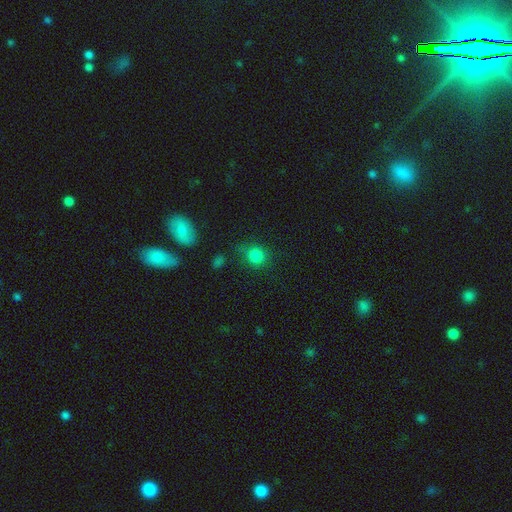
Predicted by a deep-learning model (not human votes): Smooth or featured: smooth — 82% (star or artifact — 13%)
How rounded: round — 86% (in between — 13%)
Merging: none — 72% (minor disturbance — 15%)